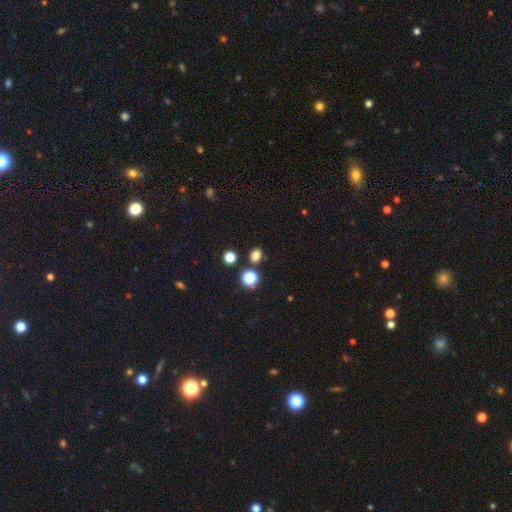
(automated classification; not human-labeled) Smooth or featured: smooth — 78% (star or artifact — 17%)
How rounded: round — 58% (in between — 41%)
Merging: none — 81% (minor disturbance — 9%)